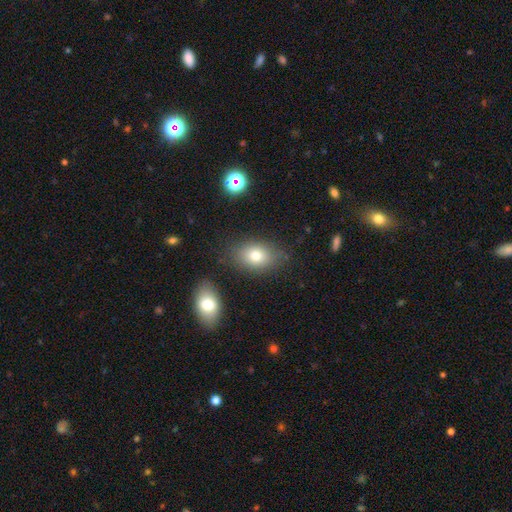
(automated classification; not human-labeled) Smooth or featured? Predicted: smooth (p=0.76). How rounded? Predicted: in between (p=0.78). Merging? Predicted: none (p=0.77).